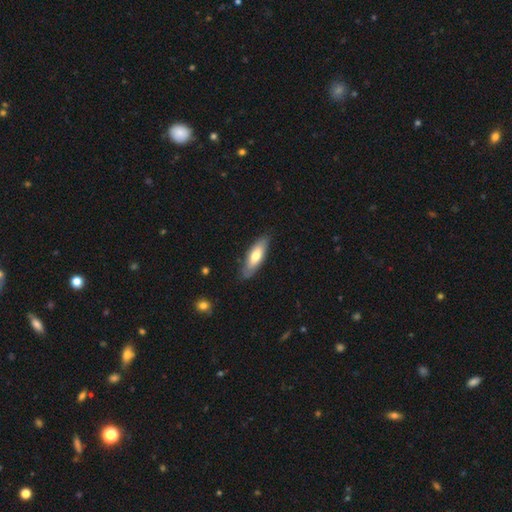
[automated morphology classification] A smooth galaxy with no disk features (67%) that is in between round and cigar-shaped (57%).

Vote fractions:
- Smooth or featured? smooth: 67% / featured or disk: 28% / star or artifact: 5%
- How rounded? in between: 57% / cigar-shaped: 41% / round: 2%
- Merging? none: 80% / minor disturbance: 16% / major disturbance: 3% / merger: 1%